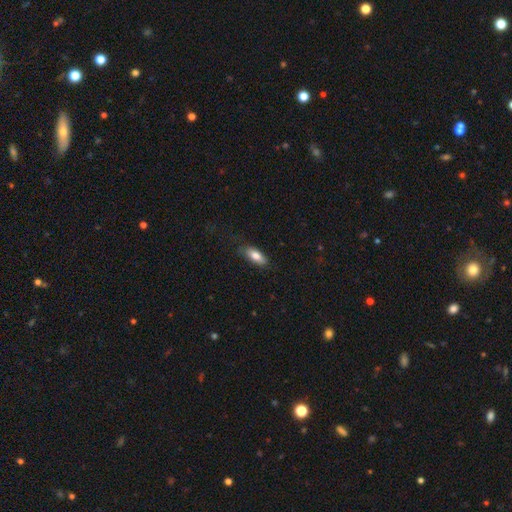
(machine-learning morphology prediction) smooth_or_featured: smooth (p=0.79) [alt: featured or disk p=0.15]
how_rounded: in between (p=0.75) [alt: cigar-shaped p=0.23]
merging: none (p=0.76) [alt: minor disturbance p=0.18]